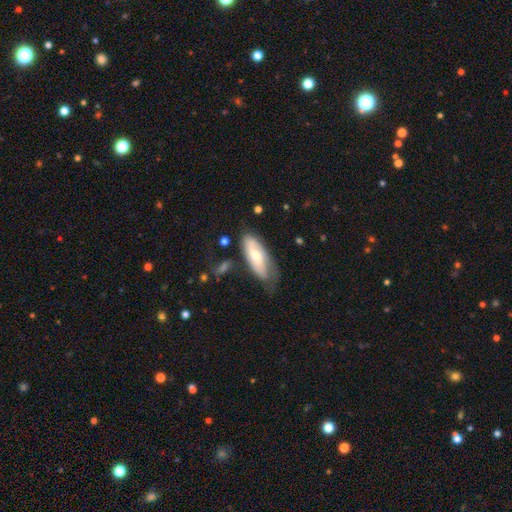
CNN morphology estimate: Smooth or featured?
  - smooth: 49% *
  - featured or disk: 45%
  - star or artifact: 6%
Merging?
  - none: 54% *
  - minor disturbance: 30%
  - major disturbance: 12%
  - merger: 4%